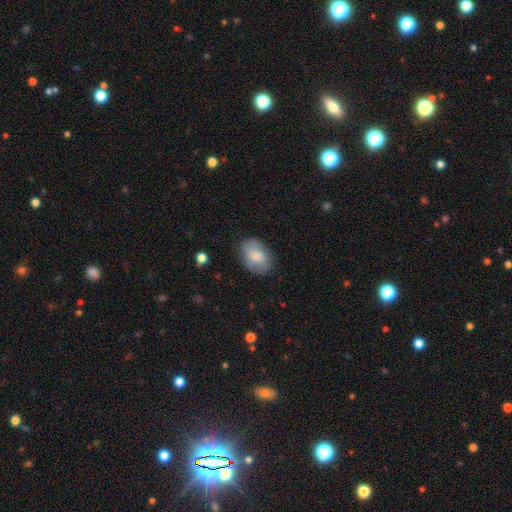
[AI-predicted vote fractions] A smooth galaxy with no disk features (76%) that is in between round and cigar-shaped (83%).

Vote fractions:
- Smooth or featured? smooth: 76% / featured or disk: 17% / star or artifact: 7%
- How rounded? in between: 83% / round: 15% / cigar-shaped: 1%
- Merging? none: 79% / minor disturbance: 15% / major disturbance: 4% / merger: 1%